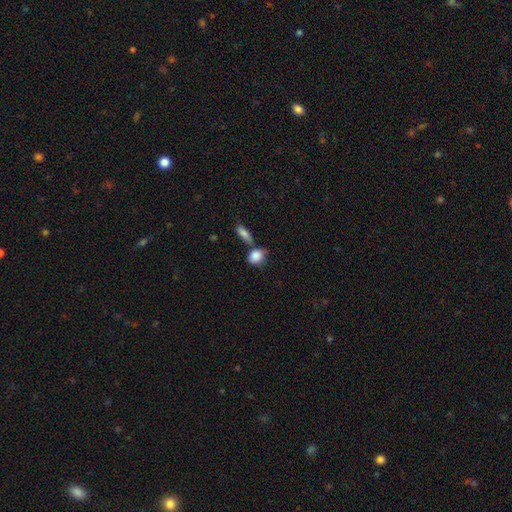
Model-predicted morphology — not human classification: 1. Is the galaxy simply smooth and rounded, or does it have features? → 86% smooth, 8% star or artifact, 7% featured or disk.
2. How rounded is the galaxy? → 49% round (tied), 49% in between (tied), 3% cigar-shaped.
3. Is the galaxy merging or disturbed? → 47% none, 31% merger, 17% minor disturbance, 6% major disturbance.